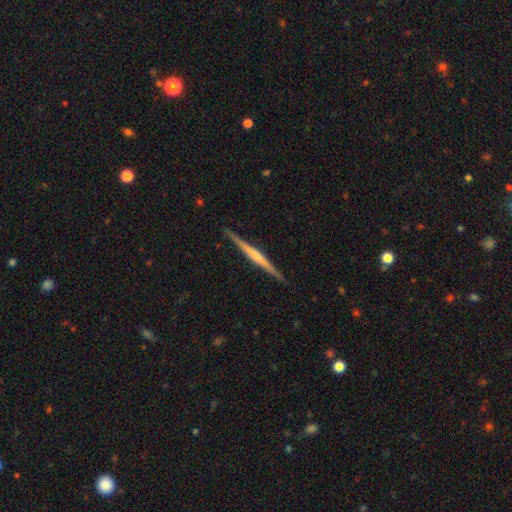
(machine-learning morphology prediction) Smooth or featured: featured or disk — 72% (smooth — 23%)
Edge-on disk: yes — 98% (no — 2%)
Edge-on bulge: rounded — 54% (none — 34%)
Merging: none — 91% (minor disturbance — 7%)